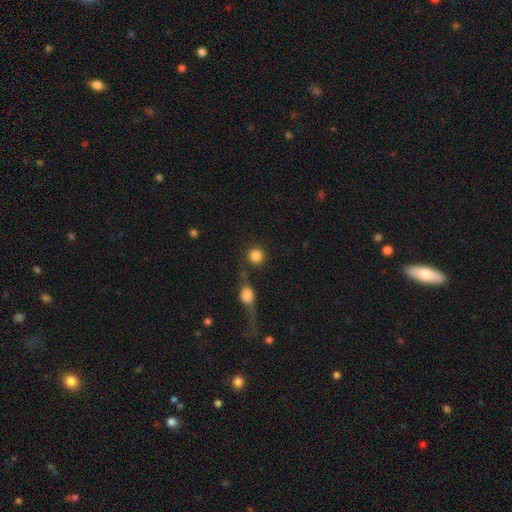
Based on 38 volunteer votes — Smooth or featured: smooth — 89% (featured or disk — 8%)
How rounded: round — 94% (in between — 6%)
Merging: none — 81% (major disturbance — 14%)